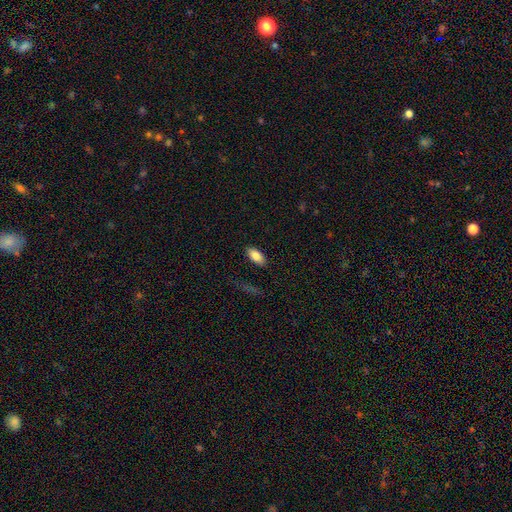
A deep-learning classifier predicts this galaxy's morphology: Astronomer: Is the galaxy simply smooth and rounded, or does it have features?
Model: smooth — 83%.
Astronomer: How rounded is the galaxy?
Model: in between — 89%.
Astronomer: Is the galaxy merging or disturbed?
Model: none — 85%.